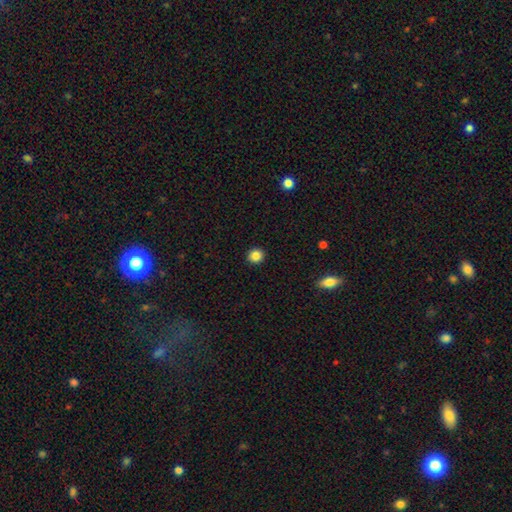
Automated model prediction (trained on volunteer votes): Smooth or featured? Predicted: smooth (p=0.85). How rounded? Predicted: round (p=0.92). Merging? Predicted: none (p=0.93).